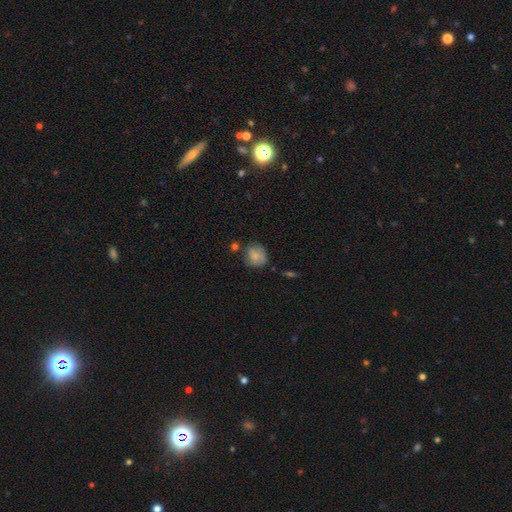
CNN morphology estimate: A smooth galaxy with no disk features (73%) that is round (69%). Merging: none (61%).